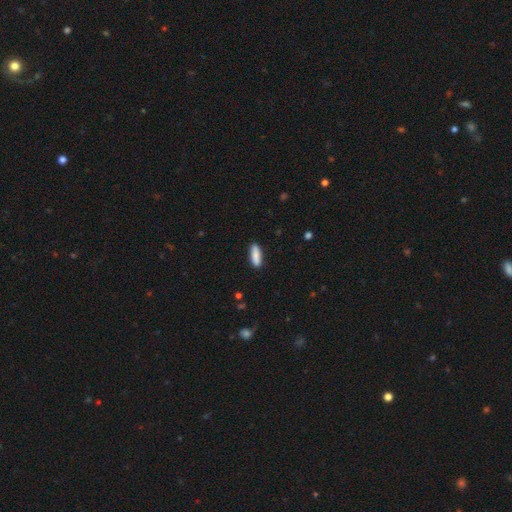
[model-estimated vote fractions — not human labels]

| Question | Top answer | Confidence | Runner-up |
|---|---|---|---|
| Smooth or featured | smooth | 87% | featured or disk (7%) |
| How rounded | cigar-shaped | 56% | in between (43%) |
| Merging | none | 87% | minor disturbance (9%) |